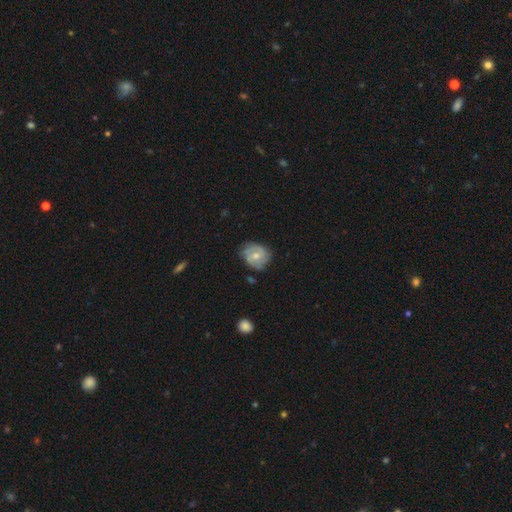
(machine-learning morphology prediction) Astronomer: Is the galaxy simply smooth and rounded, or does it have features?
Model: featured or disk — 54% (runner-up: smooth, 39%).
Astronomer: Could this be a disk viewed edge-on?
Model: no — 97%.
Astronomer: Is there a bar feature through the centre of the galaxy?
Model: no — 58% (runner-up: weak, 36%).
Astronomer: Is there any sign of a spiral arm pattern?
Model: yes — 72%.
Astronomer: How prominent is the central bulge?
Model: moderate — 64%.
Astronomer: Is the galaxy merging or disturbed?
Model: none — 61%.